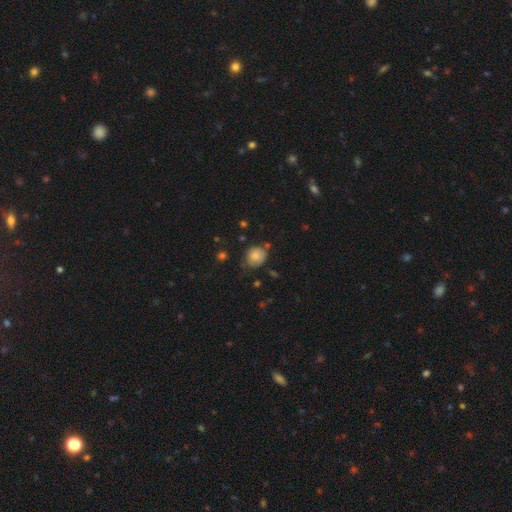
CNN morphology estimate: A smooth galaxy with no disk features (79%) that is round (65%). Merging: none (59%).